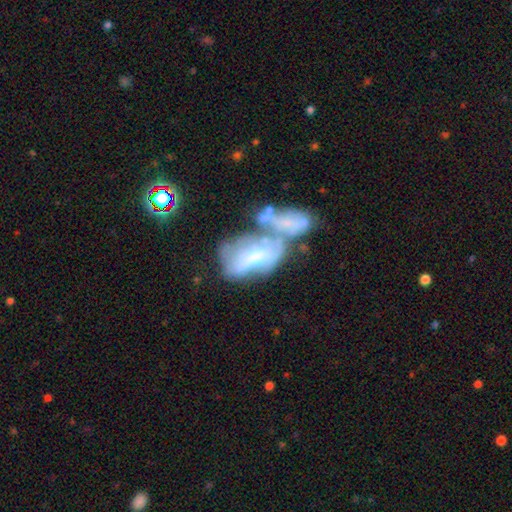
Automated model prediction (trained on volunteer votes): Morphology: type=featured or disk (58%); edge-on=no (93%); bar=no (52%); spiral arms=no (66%); bulge=moderate (38%); merging=merger (60%).